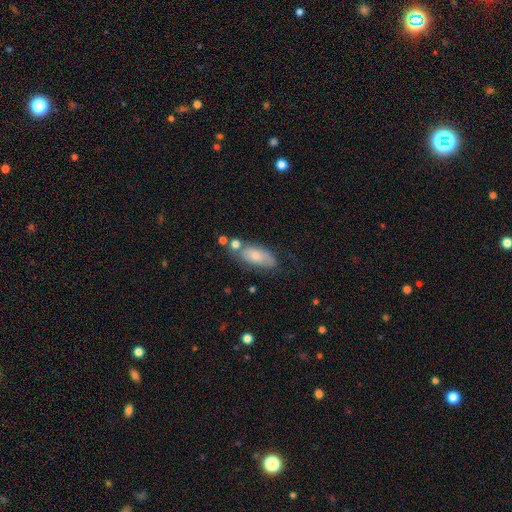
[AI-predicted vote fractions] Morphology: type=smooth (68%); roundness=in between (87%); merging=none (51%).